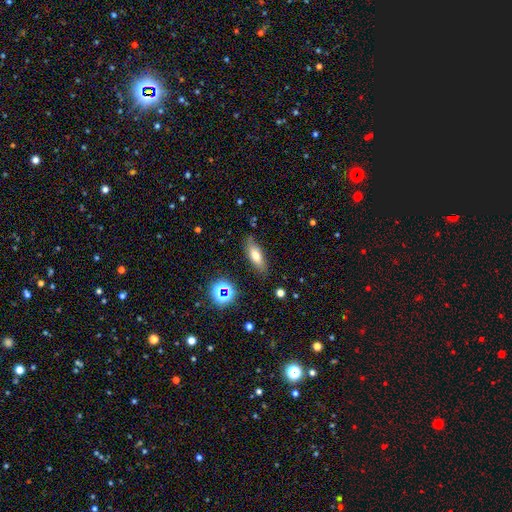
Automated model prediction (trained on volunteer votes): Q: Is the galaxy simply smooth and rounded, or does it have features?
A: smooth — 64%.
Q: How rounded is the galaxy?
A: in between — 63%.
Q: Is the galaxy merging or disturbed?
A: none — 82%.